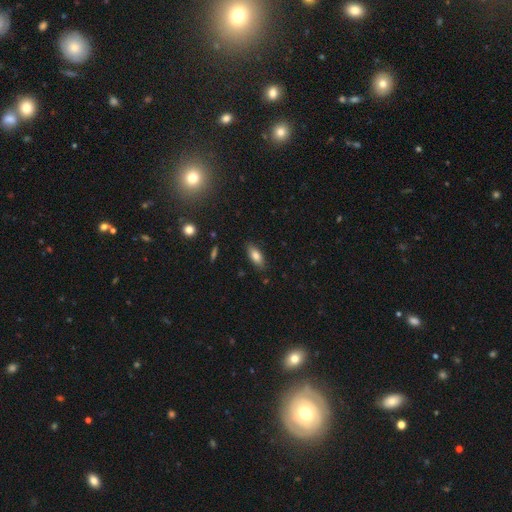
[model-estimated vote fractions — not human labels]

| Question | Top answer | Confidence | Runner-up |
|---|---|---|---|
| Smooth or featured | smooth | 81% | featured or disk (11%) |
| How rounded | in between | 80% | cigar-shaped (17%) |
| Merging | none | 85% | minor disturbance (11%) |